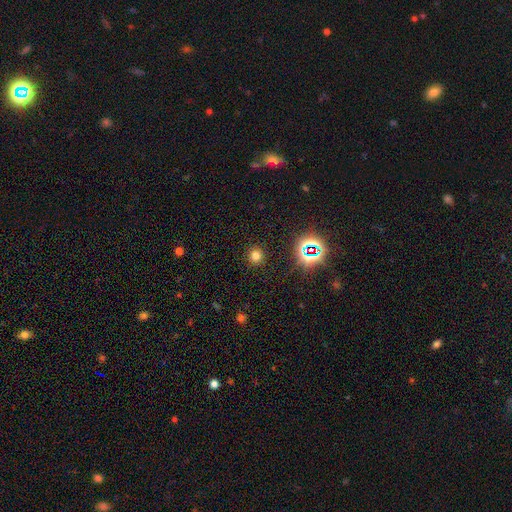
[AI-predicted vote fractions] Smooth or featured?
  - smooth: 72% *
  - star or artifact: 23%
  - featured or disk: 6%
How rounded?
  - round: 93% *
  - in between: 6%
  - cigar-shaped: 1%
Merging?
  - none: 91% *
  - minor disturbance: 6%
  - major disturbance: 3%
  - merger: 1%